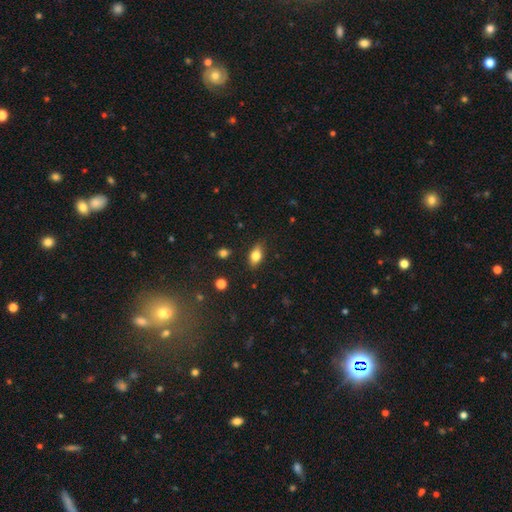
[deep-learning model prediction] A smooth galaxy with no disk features (73%) that is in between round and cigar-shaped (84%). Merging: none (82%).